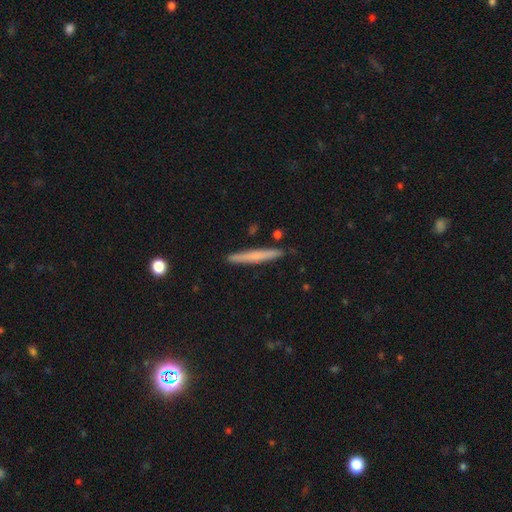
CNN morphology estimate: type=smooth (61%); roundness=cigar-shaped (96%); merging=none (89%).